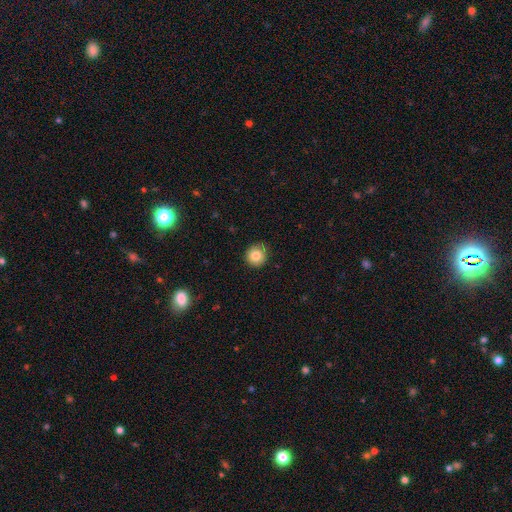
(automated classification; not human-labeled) Smooth or featured?
  - smooth: 83% *
  - star or artifact: 10%
  - featured or disk: 7%
How rounded?
  - round: 92% *
  - in between: 8%
  - cigar-shaped: 1%
Merging?
  - none: 85% *
  - minor disturbance: 11%
  - major disturbance: 2%
  - merger: 1%